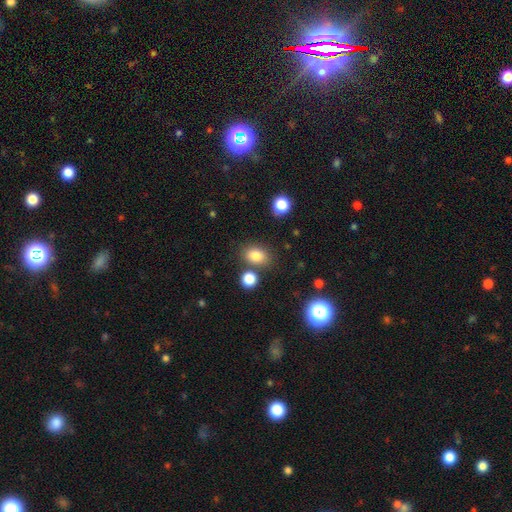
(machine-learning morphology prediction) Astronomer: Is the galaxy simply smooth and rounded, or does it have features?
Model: smooth — 82%.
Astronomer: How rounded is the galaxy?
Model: in between — 74%.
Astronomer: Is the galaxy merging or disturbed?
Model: none — 75%.